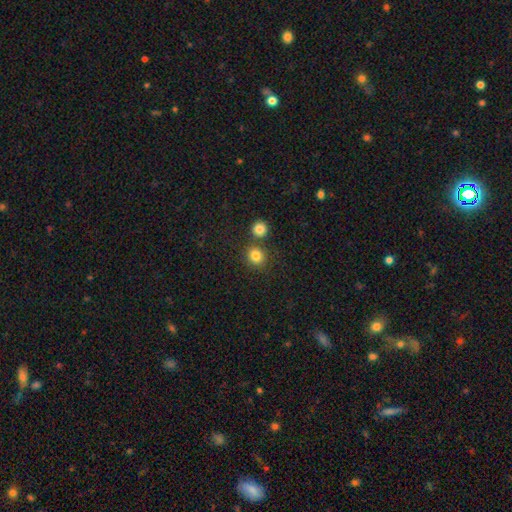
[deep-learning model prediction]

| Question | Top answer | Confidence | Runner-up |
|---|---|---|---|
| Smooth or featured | smooth | 82% | star or artifact (12%) |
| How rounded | round | 82% | in between (17%) |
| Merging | none | 73% | merger (16%) |